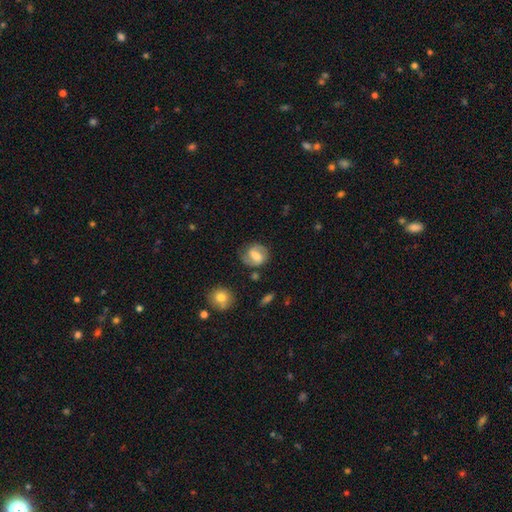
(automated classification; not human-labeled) This appears to be a featured or disk galaxy (61%) with a weak bar (49%), 2 (85%) medium (48%) spiral arms (87%) and a moderate central bulge (48%). Merging: none (74%).